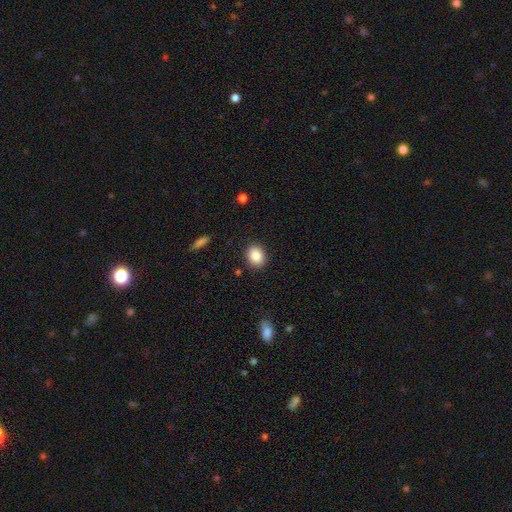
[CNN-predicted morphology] Overall: smooth (87%). How rounded: in between (51%; round 48%). Merging: none (87%).